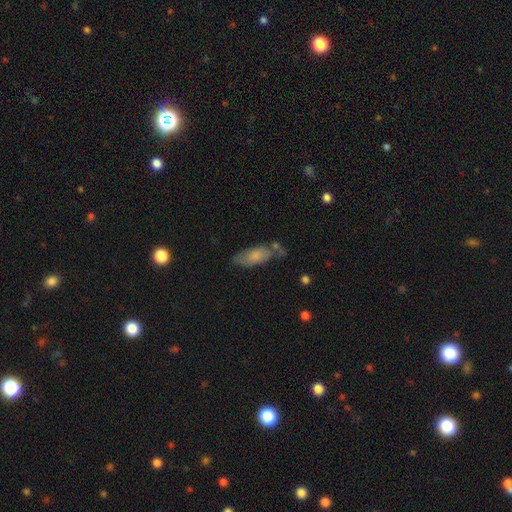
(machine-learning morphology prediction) Smooth or featured: smooth — 72% (featured or disk — 21%)
How rounded: in between — 79% (cigar-shaped — 19%)
Merging: none — 51% (minor disturbance — 27%)